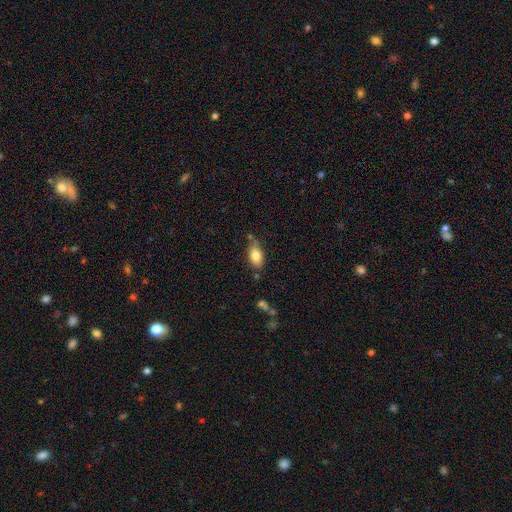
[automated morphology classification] This appears to be a smooth galaxy with no disk features (79%) that is in between round and cigar-shaped (89%). Merging: none (67%).